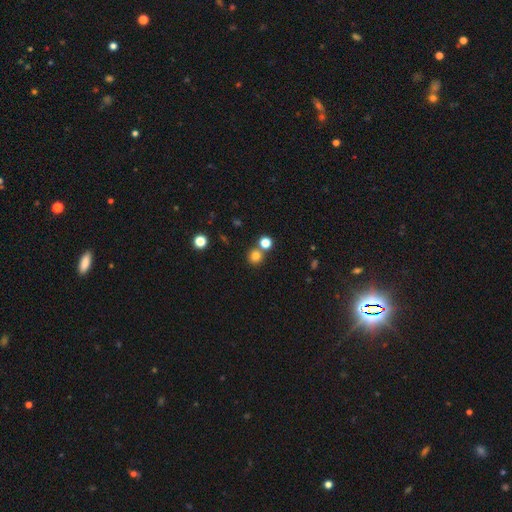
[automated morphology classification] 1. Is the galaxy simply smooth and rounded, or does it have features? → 79% smooth, 15% star or artifact, 6% featured or disk.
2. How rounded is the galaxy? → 91% round, 8% in between, 1% cigar-shaped.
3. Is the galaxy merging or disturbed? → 70% none, 21% merger, 7% minor disturbance, 3% major disturbance.